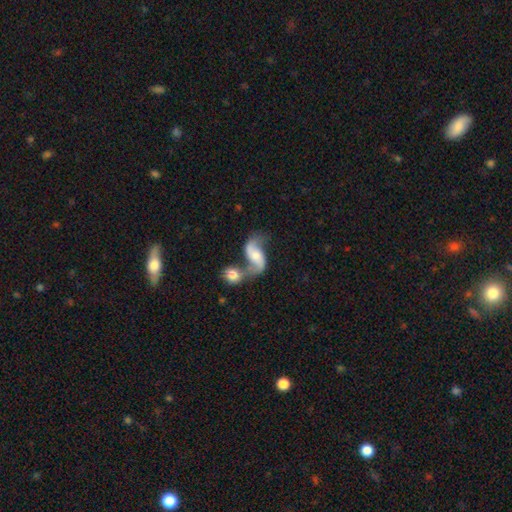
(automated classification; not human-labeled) A featured or disk galaxy (72%) with no bar (47%), 2 (90%) loose (80%) spiral arms (90%) and a moderate central bulge (49%). Merging: merger (61%).